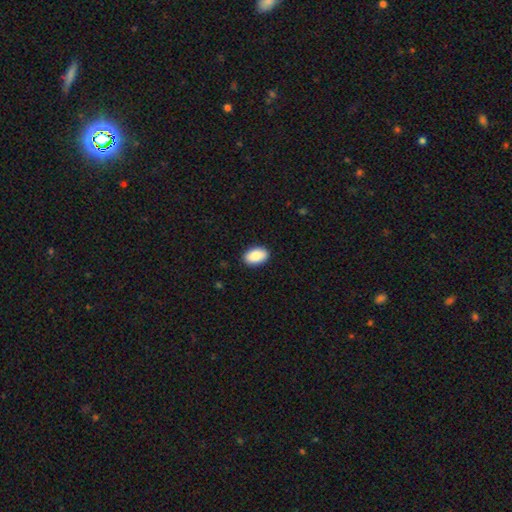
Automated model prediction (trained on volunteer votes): The model was most divided on "merging": none: 90%, minor disturbance: 8%, major disturbance: 2%, merger: 1%. More confident: how rounded — in between (92%); smooth or featured — smooth (89%).